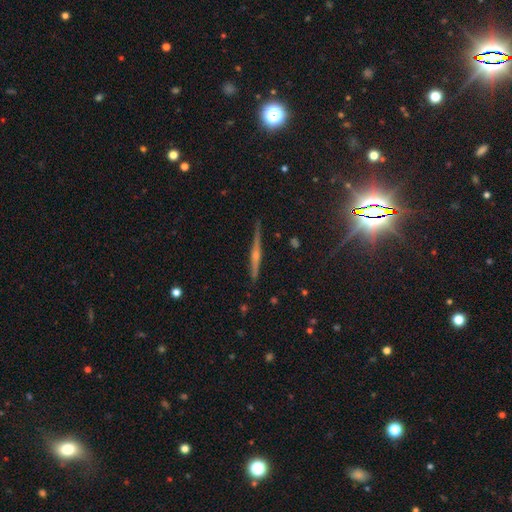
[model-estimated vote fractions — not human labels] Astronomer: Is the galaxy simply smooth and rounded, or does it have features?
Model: featured or disk — 75%.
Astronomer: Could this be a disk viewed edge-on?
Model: yes — 98%.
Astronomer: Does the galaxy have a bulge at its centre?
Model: rounded — 80%.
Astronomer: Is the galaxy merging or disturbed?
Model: none — 90%.